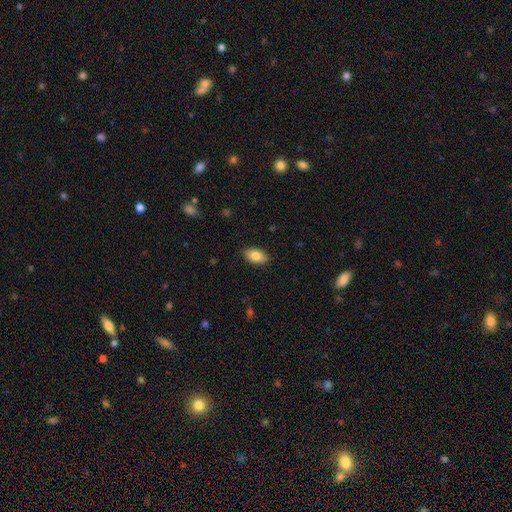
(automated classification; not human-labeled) Smooth or featured? Predicted: smooth (p=0.81). How rounded? Predicted: in between (p=0.92). Merging? Predicted: none (p=0.88).